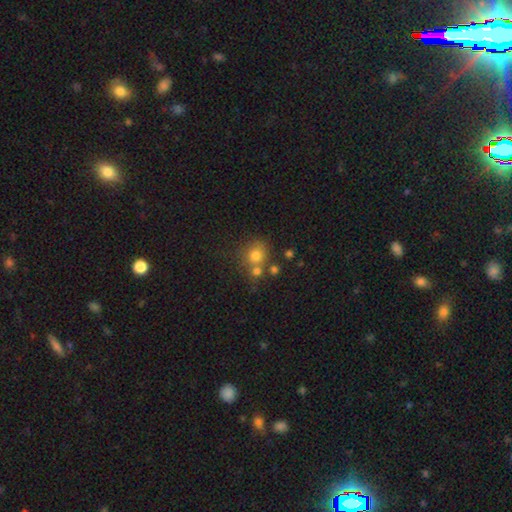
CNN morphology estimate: Overall: smooth (76%). How rounded: round (81%). Merging: none (53%; merger 30%).